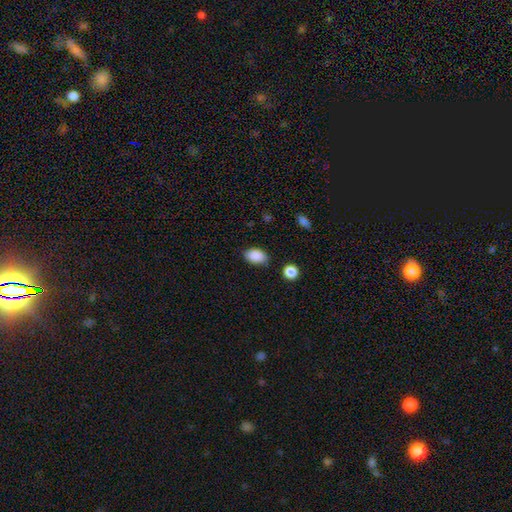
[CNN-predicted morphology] Smooth or featured? Predicted: smooth (p=0.89). How rounded? Predicted: in between (p=0.88). Merging? Predicted: none (p=0.81).